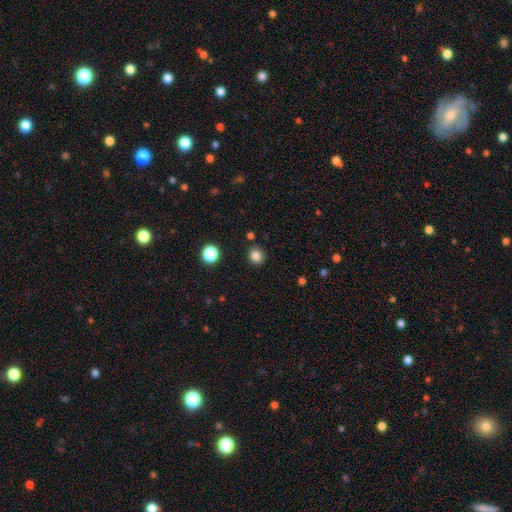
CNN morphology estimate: Smooth or featured: smooth — 83% (star or artifact — 12%)
How rounded: round — 83% (in between — 16%)
Merging: none — 87% (minor disturbance — 7%)